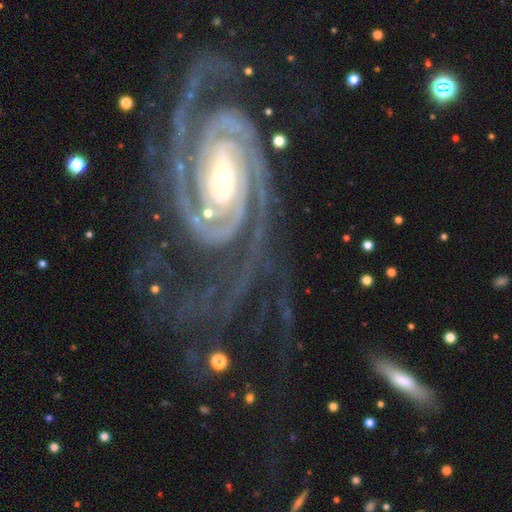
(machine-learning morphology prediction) Smooth or featured? Predicted: featured or disk (p=0.93). Edge-on disk? Predicted: no (p=0.97). Bar? Predicted: no (p=0.48). Spiral arms? Predicted: yes (p=0.99). Spiral winding? Predicted: tight (p=0.70). Spiral arm count? Predicted: 2 (p=0.69). Bulge size? Predicted: small (p=0.56). Merging? Predicted: none (p=0.60).